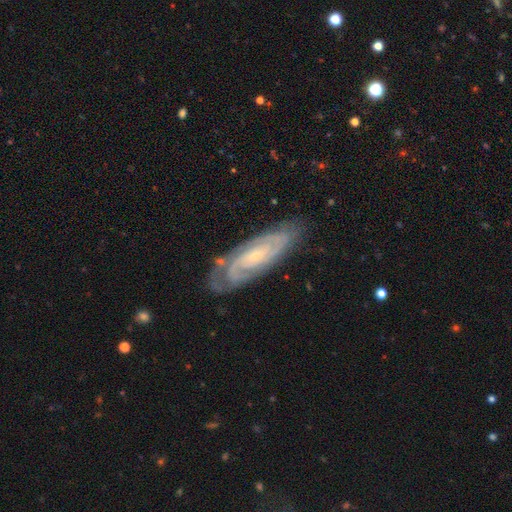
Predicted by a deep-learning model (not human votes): The model was most divided on "bar": no: 60%, weak: 30%, strong: 10%. More confident: spiral arms — yes (97%); edge-on disk — no (91%); smooth or featured — featured or disk (87%); bulge size — small (79%); merging — none (78%); spiral winding — tight (69%); spiral arm count — 2 (52%).